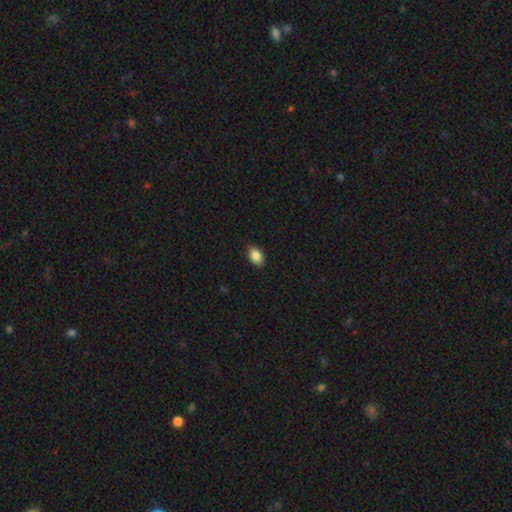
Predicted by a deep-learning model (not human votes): This appears to be a smooth galaxy with no disk features (87%) that is in between round and cigar-shaped (88%). Merging: none (88%).